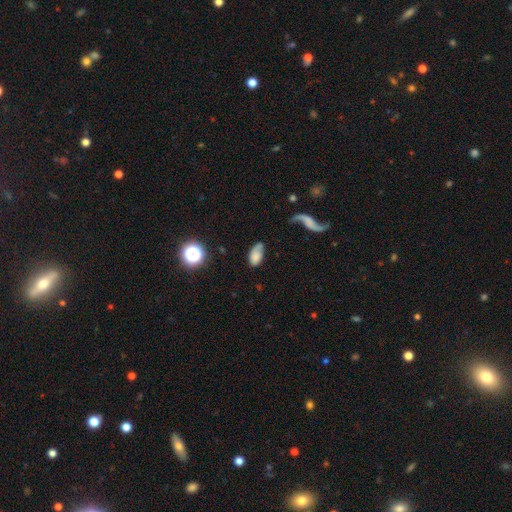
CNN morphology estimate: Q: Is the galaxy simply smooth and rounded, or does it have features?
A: smooth — 67%.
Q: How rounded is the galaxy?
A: in between — 91%.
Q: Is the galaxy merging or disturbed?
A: none — 43%.